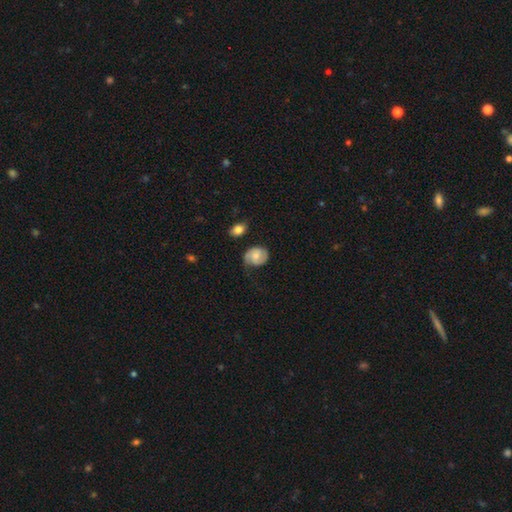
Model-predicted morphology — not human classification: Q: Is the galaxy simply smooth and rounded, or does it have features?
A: featured or disk — 52%.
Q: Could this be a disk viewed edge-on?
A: no — 97%.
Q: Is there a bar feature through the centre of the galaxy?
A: no — 64%.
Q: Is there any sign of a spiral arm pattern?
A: yes — 87%.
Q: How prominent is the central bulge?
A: moderate — 52%.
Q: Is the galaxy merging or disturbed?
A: none — 57%.